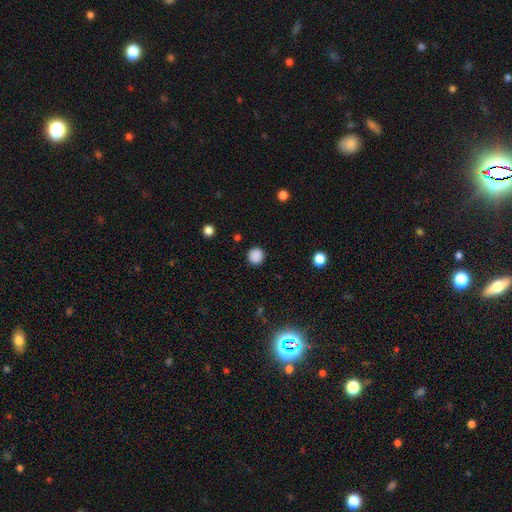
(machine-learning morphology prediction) The model was most divided on "smooth or featured": smooth: 86%, star or artifact: 11%, featured or disk: 3%. More confident: how rounded — round (93%); merging — none (90%).